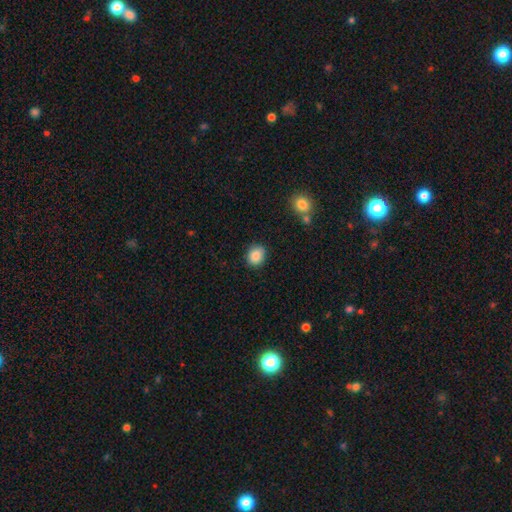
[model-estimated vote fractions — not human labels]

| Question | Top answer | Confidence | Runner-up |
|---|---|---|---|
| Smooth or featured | smooth | 87% | star or artifact (9%) |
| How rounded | round | 68% | in between (31%) |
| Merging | none | 87% | minor disturbance (10%) |